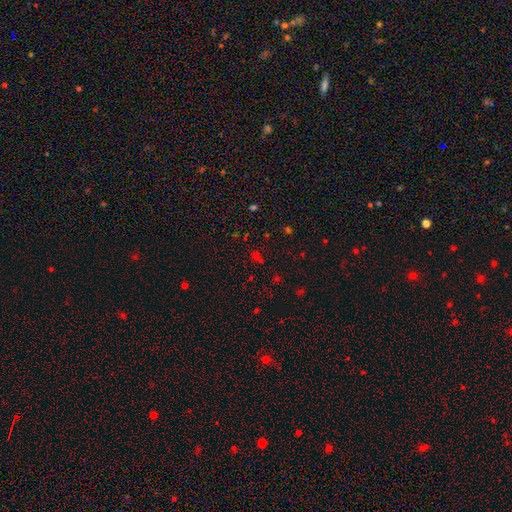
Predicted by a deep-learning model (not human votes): Smooth or featured: star or artifact — 49% (smooth — 42%)